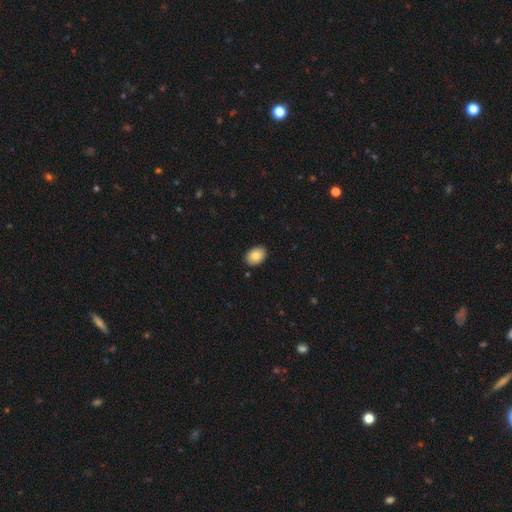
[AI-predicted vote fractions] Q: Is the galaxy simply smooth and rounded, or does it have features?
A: smooth — 84%.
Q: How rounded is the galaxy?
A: in between — 80%.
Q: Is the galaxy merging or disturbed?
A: none — 90%.